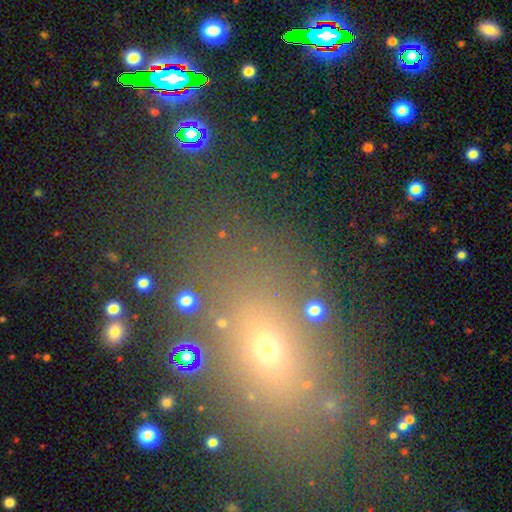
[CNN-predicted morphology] A smooth galaxy with no disk features (53%) that is in between round and cigar-shaped (70%). Merging: none (78%).